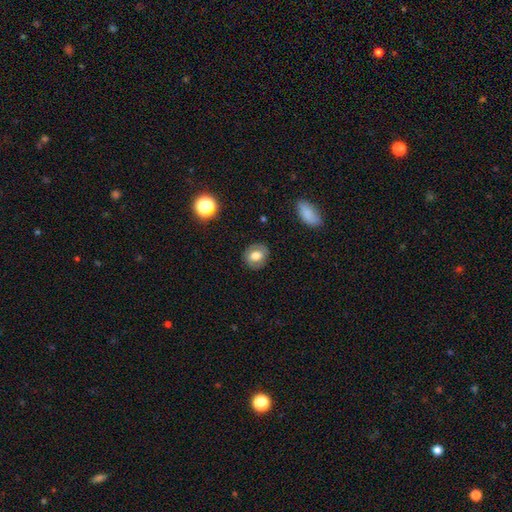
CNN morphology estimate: Q: Smooth or featured?
A: smooth (68%); runner-up: featured or disk (23%)
Q: How rounded?
A: round (62%); runner-up: in between (37%)
Q: Merging?
A: none (85%); runner-up: minor disturbance (11%)